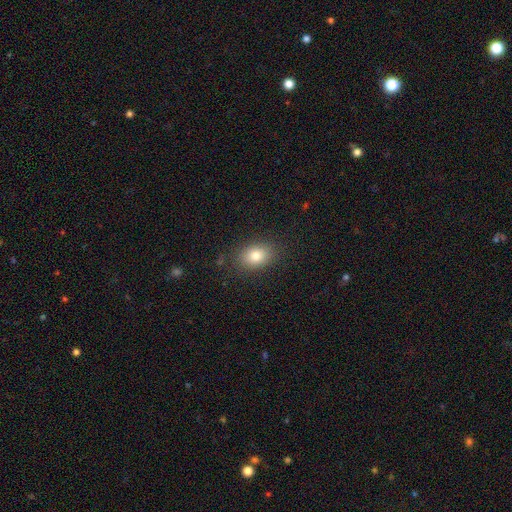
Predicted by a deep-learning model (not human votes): A smooth galaxy with no disk features (80%) that is in between round and cigar-shaped (73%).

Vote fractions:
- Smooth or featured? smooth: 80% / star or artifact: 10% / featured or disk: 10%
- How rounded? in between: 73% / round: 26% / cigar-shaped: 1%
- Merging? none: 85% / minor disturbance: 10% / major disturbance: 3% / merger: 1%